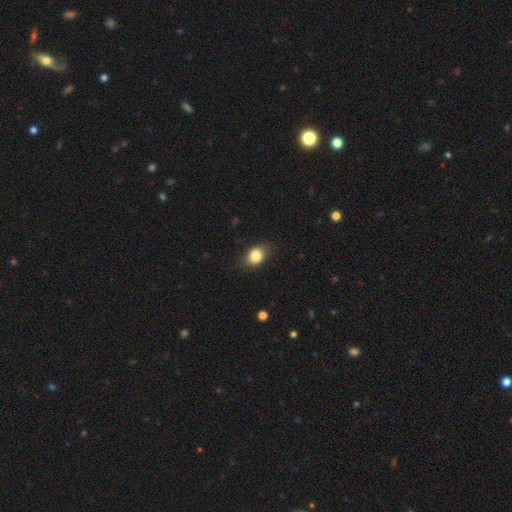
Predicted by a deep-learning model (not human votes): A smooth galaxy with no disk features (82%) that is in between round and cigar-shaped (56%). Merging: none (78%).